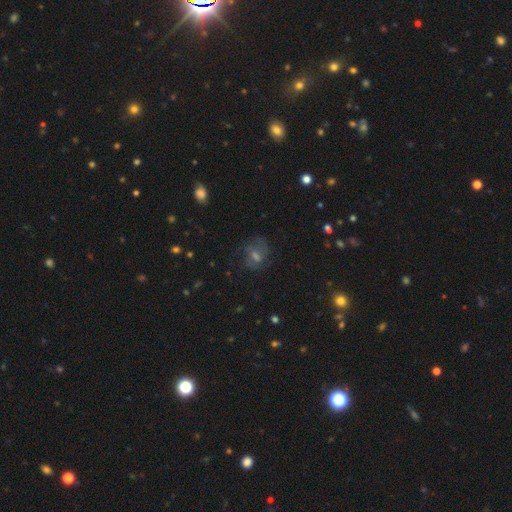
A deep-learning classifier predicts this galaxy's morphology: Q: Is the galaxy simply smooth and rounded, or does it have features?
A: featured or disk — 48%.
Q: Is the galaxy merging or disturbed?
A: none — 67%.